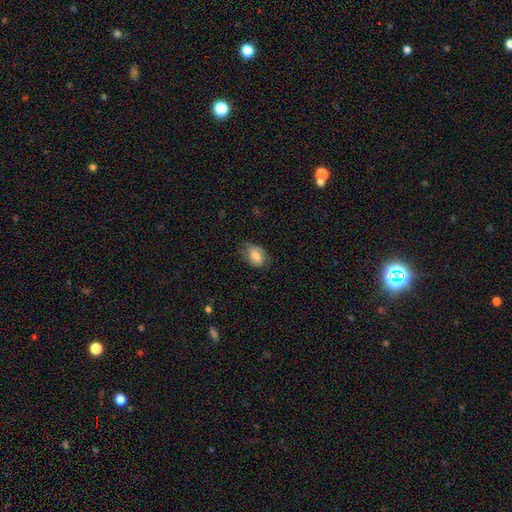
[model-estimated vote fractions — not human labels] A smooth galaxy with no disk features (76%) that is in between round and cigar-shaped (79%). Merging: none (63%).